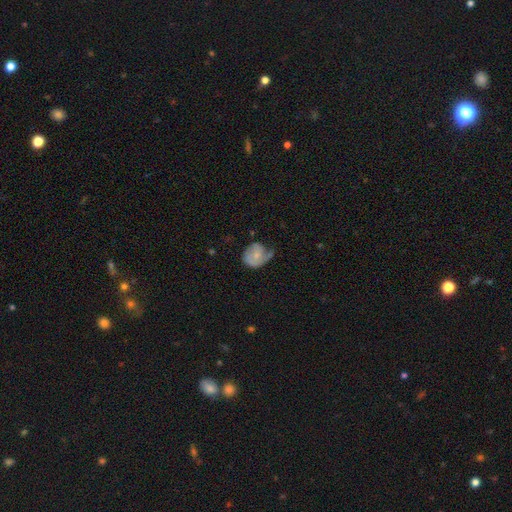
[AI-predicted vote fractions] smooth-or-featured: featured or disk: 51% | smooth: 42% | star or artifact: 7%
  disk-edge-on: no: 97% | yes: 3%
  merging: none: 35% | minor disturbance: 32% | major disturbance: 30% | merger: 3%